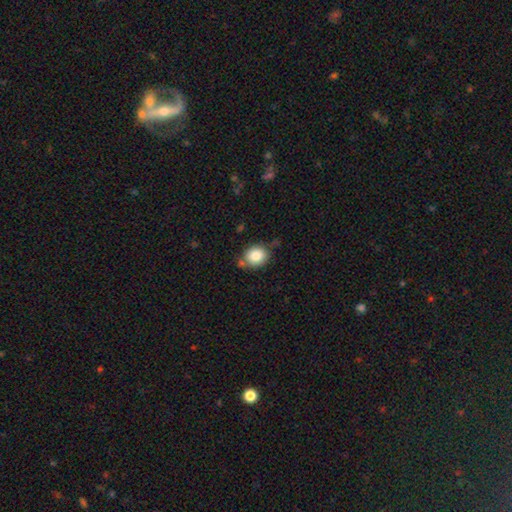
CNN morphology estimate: Q: Smooth or featured?
A: smooth (85%); runner-up: star or artifact (9%)
Q: How rounded?
A: round (68%); runner-up: in between (31%)
Q: Merging?
A: none (71%); runner-up: minor disturbance (18%)